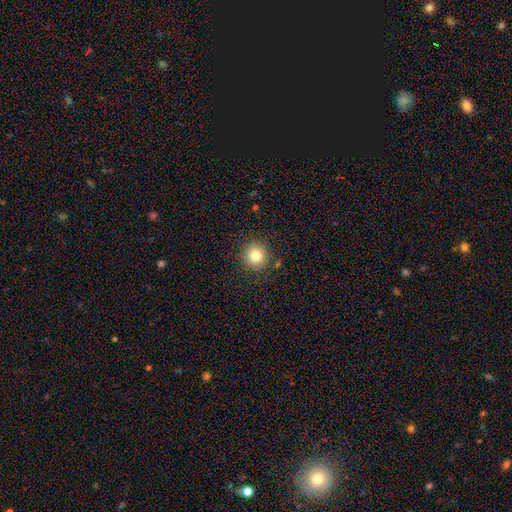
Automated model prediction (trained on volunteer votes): Smooth or featured: smooth — 80% (star or artifact — 11%)
How rounded: round — 92% (in between — 8%)
Merging: none — 88% (minor disturbance — 8%)